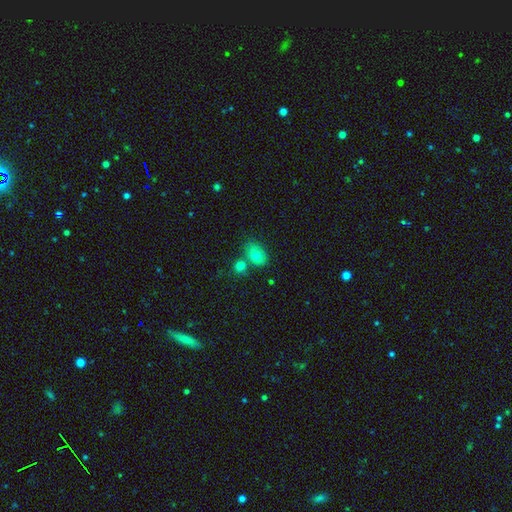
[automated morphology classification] A smooth galaxy with no disk features (76%) that is in between round and cigar-shaped (79%).

Vote fractions:
- Smooth or featured? smooth: 76% / featured or disk: 14% / star or artifact: 10%
- How rounded? in between: 79% / round: 20% / cigar-shaped: 1%
- Merging? none: 53% / merger: 28% / minor disturbance: 15% / major disturbance: 4%